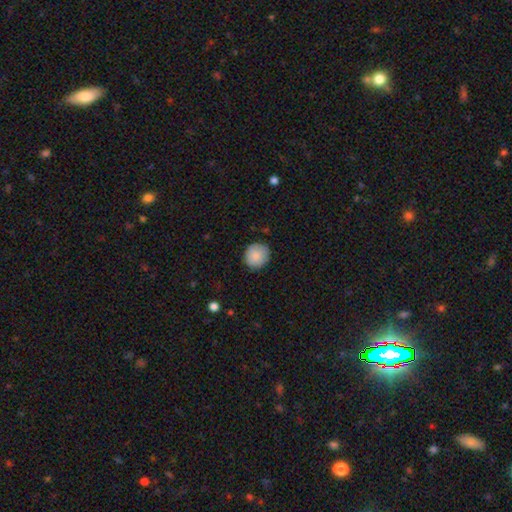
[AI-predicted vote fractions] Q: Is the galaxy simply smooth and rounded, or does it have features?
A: smooth — 86%.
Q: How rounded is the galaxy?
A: round — 87%.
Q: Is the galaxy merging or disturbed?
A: none — 85%.